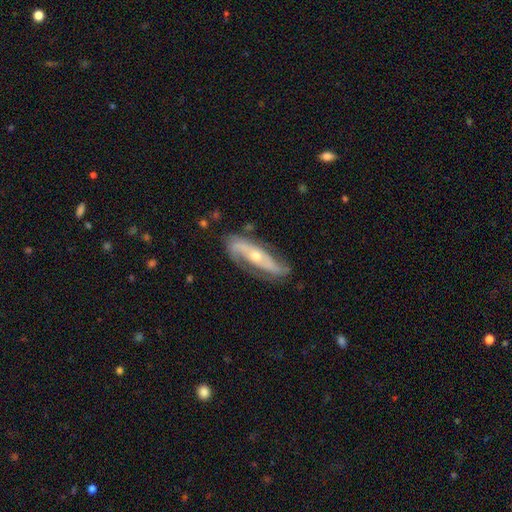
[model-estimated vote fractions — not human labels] Morphology: type=featured or disk (80%); edge-on=no (81%); bar=no (54%); spiral arms=yes (90%); winding=medium (39%); arm count=2 (80%); bulge=moderate (50%); merging=none (69%).